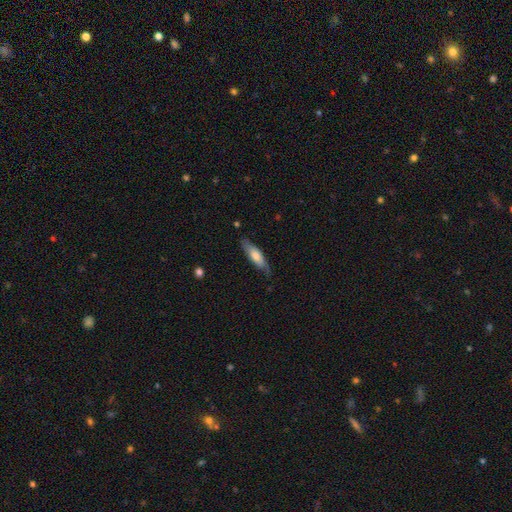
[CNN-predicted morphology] Q: Smooth or featured?
A: smooth (60%); runner-up: featured or disk (34%)
Q: How rounded?
A: cigar-shaped (61%); runner-up: in between (38%)
Q: Merging?
A: none (73%); runner-up: minor disturbance (21%)